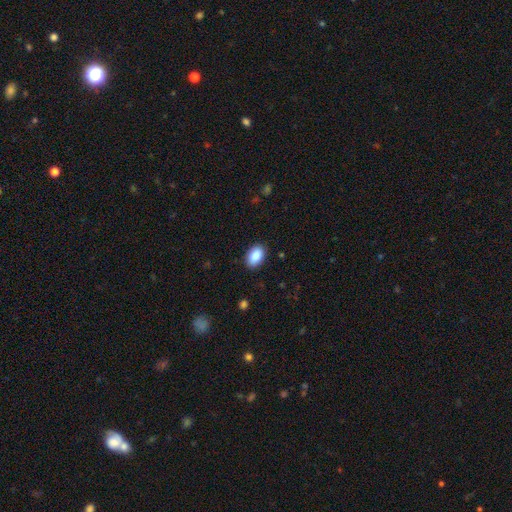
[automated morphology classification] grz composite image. It shows a smooth galaxy with no disk features (89%) that is in between round and cigar-shaped (89%). Merging: none (88%).